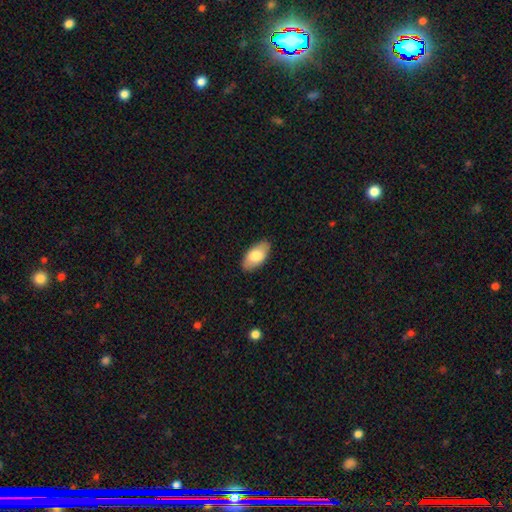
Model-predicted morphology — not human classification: Smooth or featured?
  - smooth: 75% *
  - featured or disk: 19%
  - star or artifact: 6%
How rounded?
  - in between: 94% *
  - cigar-shaped: 3%
  - round: 3%
Merging?
  - none: 86% *
  - minor disturbance: 11%
  - major disturbance: 2%
  - merger: 1%